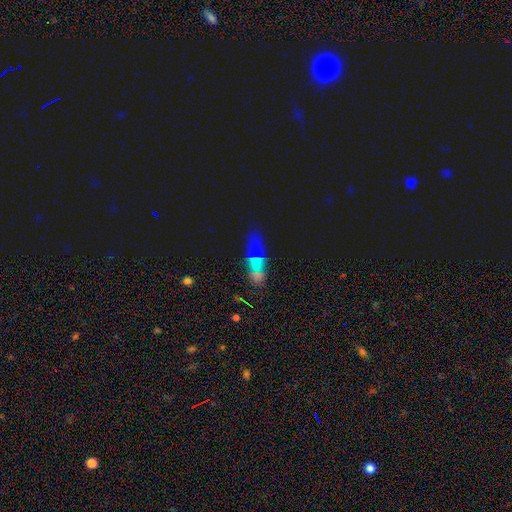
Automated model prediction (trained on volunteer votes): A smooth galaxy with no disk features (50%).

Vote fractions:
- Smooth or featured? smooth: 50% / star or artifact: 37% / featured or disk: 13%
- Merging? none: 75% / minor disturbance: 14% / major disturbance: 6% / merger: 5%